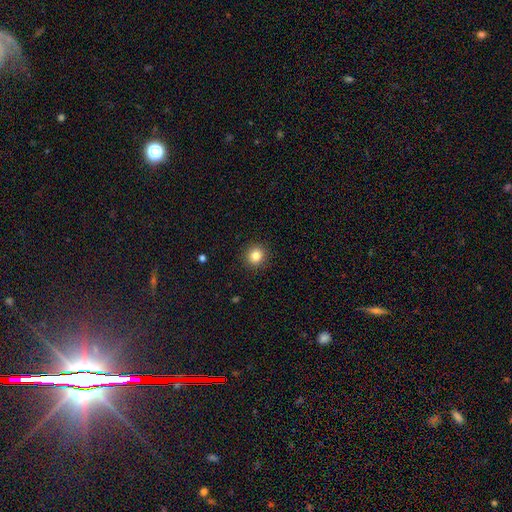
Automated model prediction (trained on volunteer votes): smooth_or_featured: smooth (p=0.83) [alt: star or artifact p=0.11]
how_rounded: round (p=0.90) [alt: in between p=0.09]
merging: none (p=0.92) [alt: minor disturbance p=0.05]